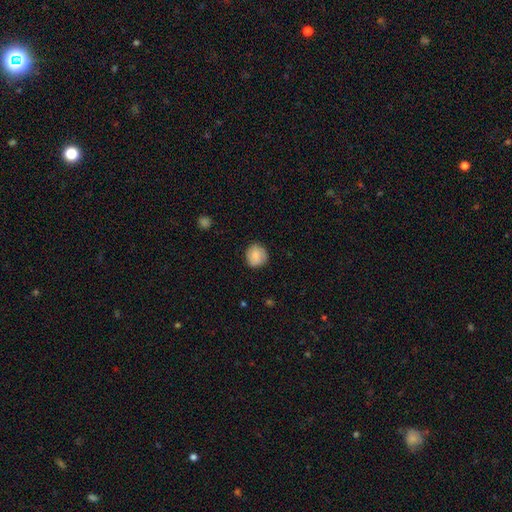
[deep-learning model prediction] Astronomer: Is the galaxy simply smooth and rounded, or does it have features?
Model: smooth — 82%.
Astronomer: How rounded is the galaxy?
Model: round — 86%.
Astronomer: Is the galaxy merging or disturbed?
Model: none — 81%.